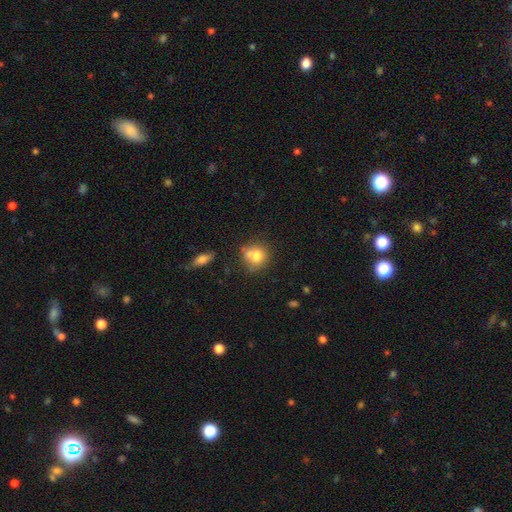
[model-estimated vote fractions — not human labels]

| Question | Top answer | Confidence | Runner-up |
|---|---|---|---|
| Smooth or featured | smooth | 76% | featured or disk (14%) |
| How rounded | round | 81% | in between (18%) |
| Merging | none | 58% | merger (18%) |